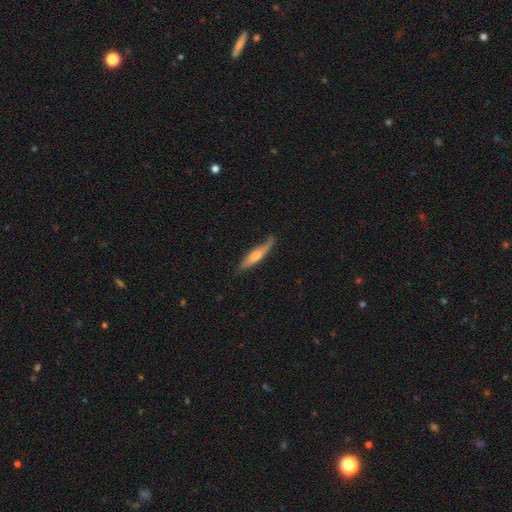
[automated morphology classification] A featured or disk galaxy (48%).

Vote fractions:
- Smooth or featured? featured or disk: 48% / smooth: 47% / star or artifact: 5%
- Merging? none: 70% / minor disturbance: 24% / major disturbance: 5% / merger: 2%